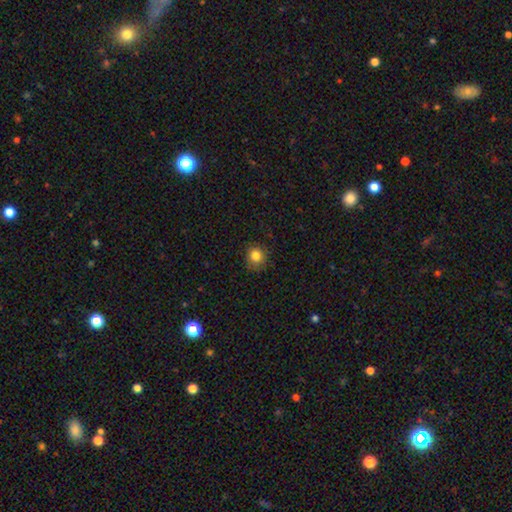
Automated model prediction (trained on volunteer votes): Overall: smooth (81%). How rounded: round (87%). Merging: none (84%).